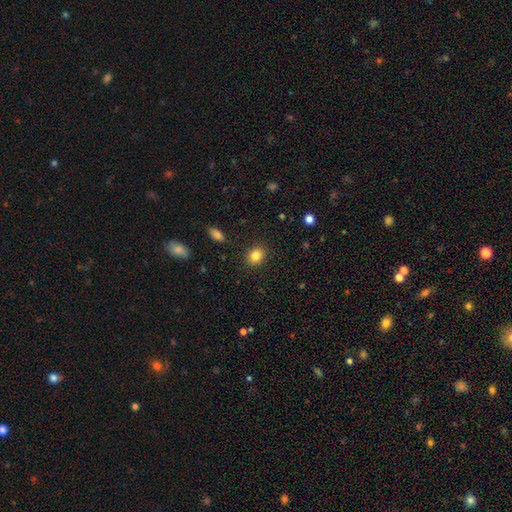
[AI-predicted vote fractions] A smooth galaxy with no disk features (83%) that is round (63%).

Vote fractions:
- Smooth or featured? smooth: 83% / star or artifact: 10% / featured or disk: 6%
- How rounded? round: 63% / in between: 36% / cigar-shaped: 1%
- Merging? none: 89% / minor disturbance: 7% / major disturbance: 2% / merger: 1%